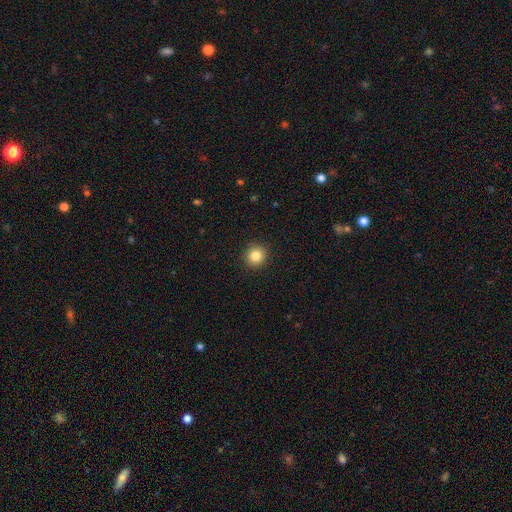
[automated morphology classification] smooth-or-featured: smooth: 85% | star or artifact: 10% | featured or disk: 5%
  how-rounded: round: 92% | in between: 7% | cigar-shaped: 1%
  merging: none: 92% | minor disturbance: 5% | major disturbance: 2% | merger: 1%